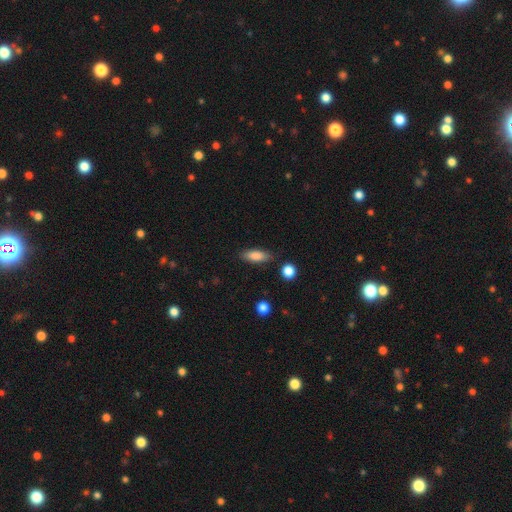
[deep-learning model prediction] smooth-or-featured: smooth: 82% | featured or disk: 11% | star or artifact: 7%
  how-rounded: in between: 63% | cigar-shaped: 34% | round: 3%
  merging: none: 84% | minor disturbance: 11% | major disturbance: 3% | merger: 2%